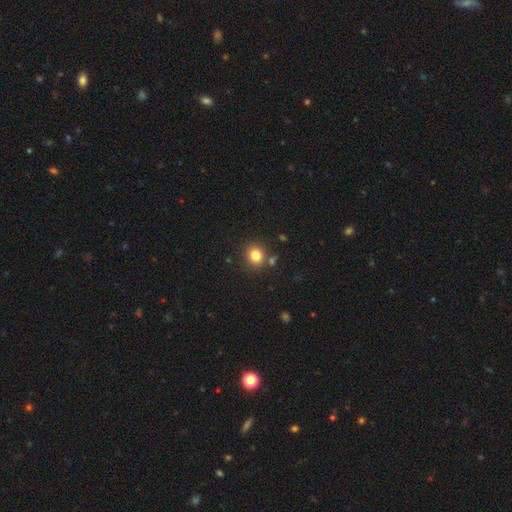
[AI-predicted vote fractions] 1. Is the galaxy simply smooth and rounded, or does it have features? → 81% smooth, 12% star or artifact, 7% featured or disk.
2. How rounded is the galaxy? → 80% round, 19% in between, 1% cigar-shaped.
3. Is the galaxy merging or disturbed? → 81% none, 9% minor disturbance, 7% merger, 3% major disturbance.